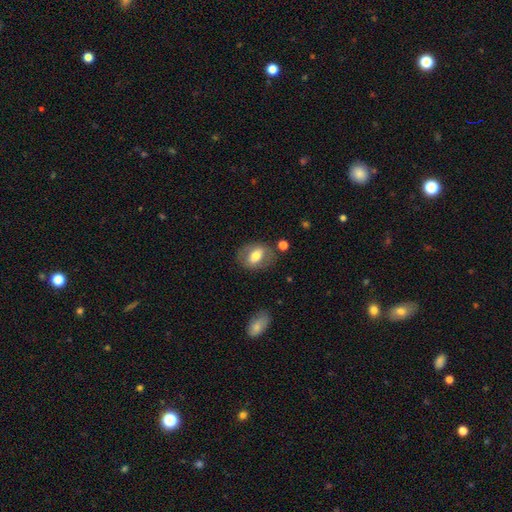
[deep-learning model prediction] Overall: smooth (58%; featured or disk 35%). How rounded: in between (72%). Merging: none (74%).